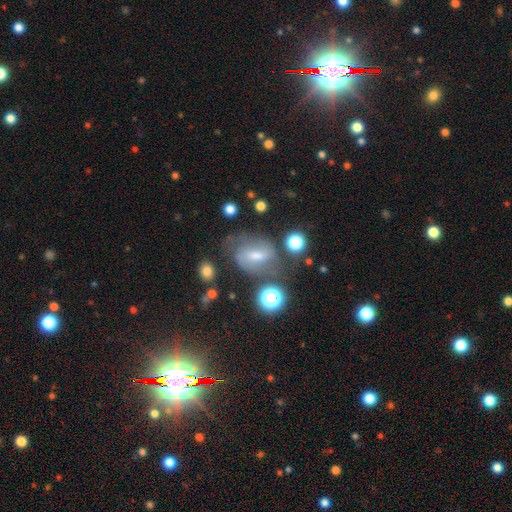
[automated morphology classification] Smooth or featured: featured or disk — 52% (smooth — 32%)
Edge-on disk: no — 94% (yes — 6%)
Merging: none — 55% (minor disturbance — 22%)